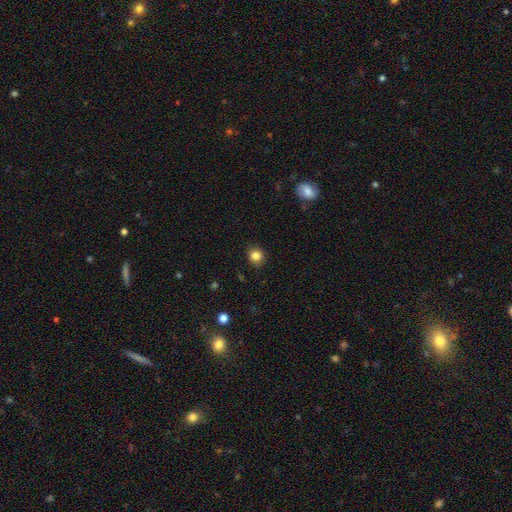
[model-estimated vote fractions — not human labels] Smooth or featured? Predicted: smooth (p=0.83). How rounded? Predicted: round (p=0.83). Merging? Predicted: none (p=0.90).